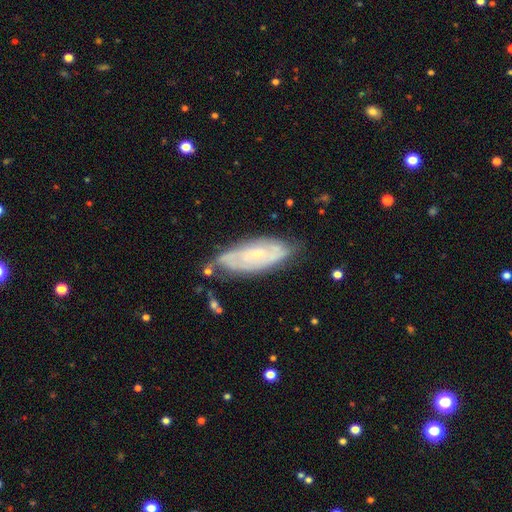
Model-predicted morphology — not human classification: smooth_or_featured: featured or disk (p=0.71) [alt: smooth p=0.22]
disk_edge_on: no (p=0.87) [alt: yes p=0.13]
bar: no (p=0.59) [alt: weak p=0.33]
has_spiral_arms: yes (p=0.87) [alt: no p=0.13]
spiral_winding: tight (p=0.59) [alt: medium p=0.31]
spiral_arm_count: can't tell (p=0.44) [alt: 2 p=0.35]
bulge_size: small (p=0.71) [alt: moderate p=0.22]
merging: none (p=0.71) [alt: minor disturbance p=0.21]